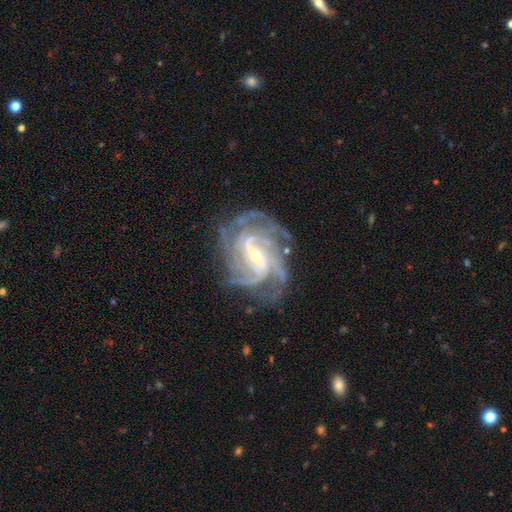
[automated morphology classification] This appears to be a featured or disk galaxy (92%) with a weak bar (46%), 4 (38%) tight (57%) spiral arms (98%) and a small central bulge (67%). Merging: none (74%).